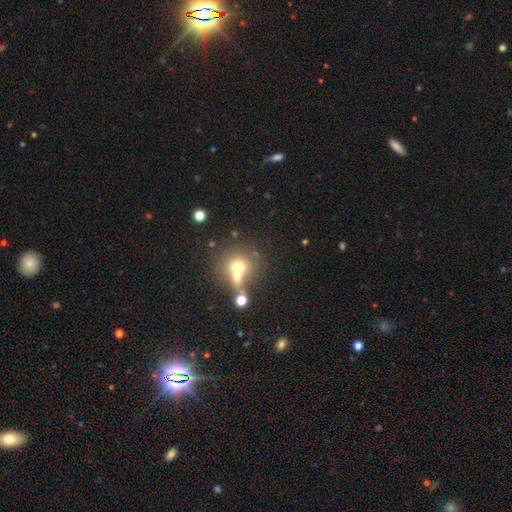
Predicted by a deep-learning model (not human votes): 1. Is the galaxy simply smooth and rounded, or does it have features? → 49% smooth, 35% star or artifact, 16% featured or disk.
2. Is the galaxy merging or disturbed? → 51% none, 34% merger, 10% minor disturbance, 6% major disturbance.